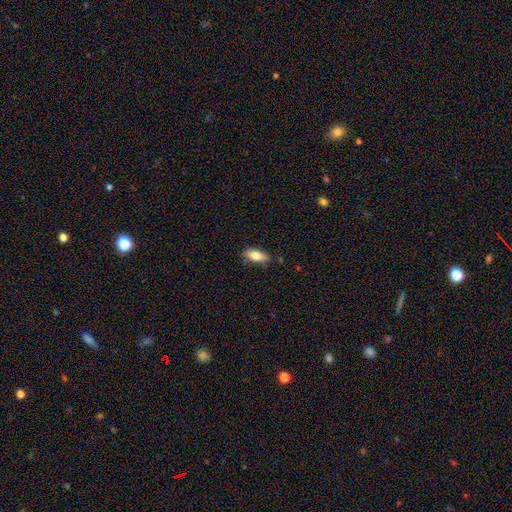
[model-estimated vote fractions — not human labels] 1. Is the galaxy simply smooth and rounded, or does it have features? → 82% smooth, 11% featured or disk, 7% star or artifact.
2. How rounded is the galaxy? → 85% in between, 12% cigar-shaped, 3% round.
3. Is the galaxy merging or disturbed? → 79% none, 16% minor disturbance, 3% major disturbance, 2% merger.